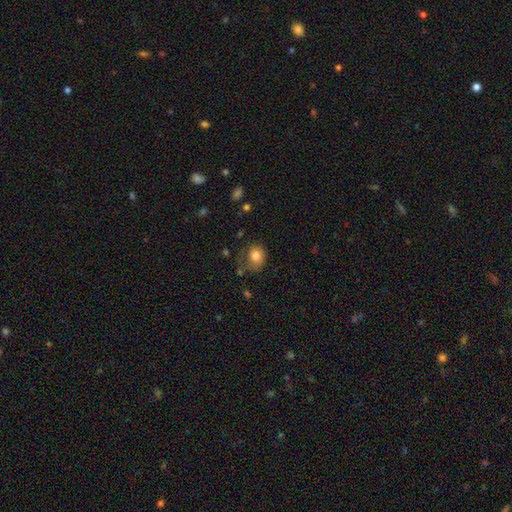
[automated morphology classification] Smooth or featured? smooth (81%)
How rounded? round (64%)
Merging? none (51%)